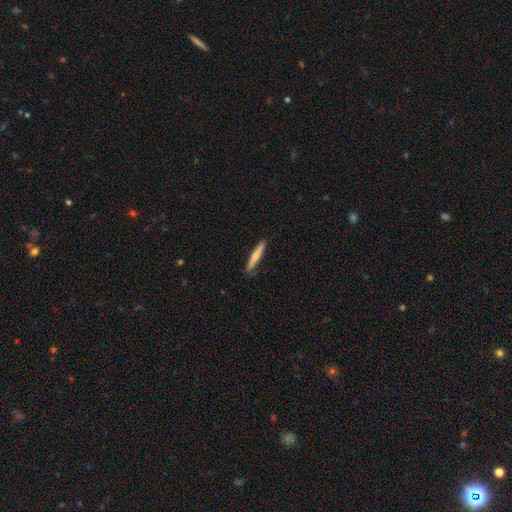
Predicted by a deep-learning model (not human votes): Morphology: type=smooth (66%); roundness=cigar-shaped (94%); merging=none (88%).